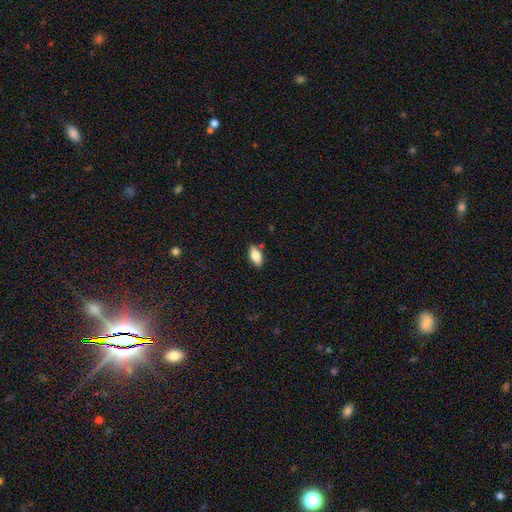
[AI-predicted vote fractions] Smooth or featured: smooth — 80% (featured or disk — 13%)
How rounded: in between — 87% (cigar-shaped — 10%)
Merging: none — 84% (minor disturbance — 11%)